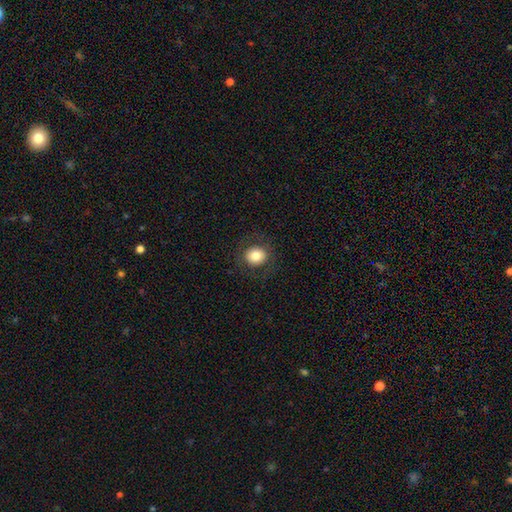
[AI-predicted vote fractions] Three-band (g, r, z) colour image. It shows a smooth galaxy with no disk features (78%) that is round (79%). Merging: none (86%).